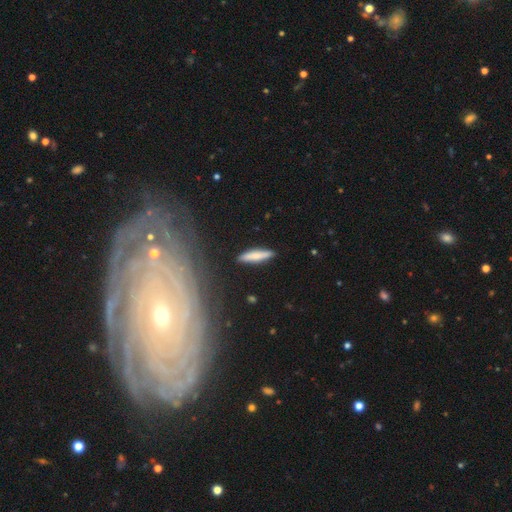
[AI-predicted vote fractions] smooth 73%, featured or disk 21%, star or artifact 6%. Down the decision tree: how rounded — cigar-shaped (83%); merging — none (88%).